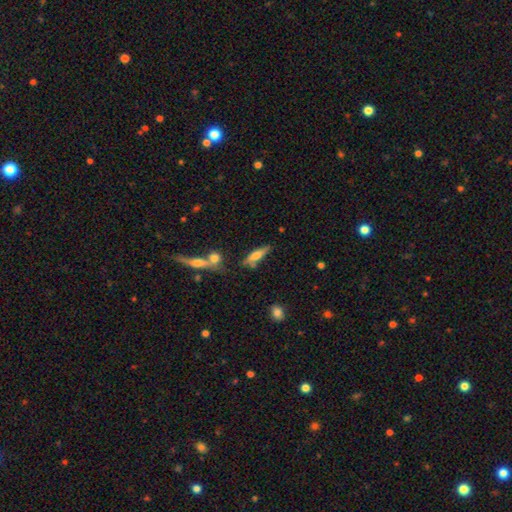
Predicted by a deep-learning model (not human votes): smooth_or_featured: smooth (p=0.61) [alt: featured or disk p=0.31]
how_rounded: cigar-shaped (p=0.67) [alt: in between p=0.31]
merging: none (p=0.61) [alt: minor disturbance p=0.19]